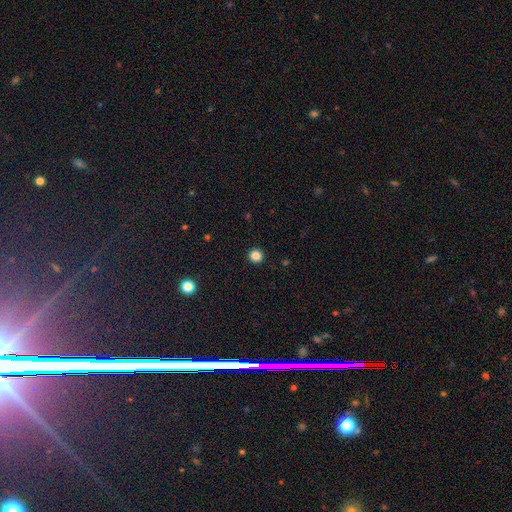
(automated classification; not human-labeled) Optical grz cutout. It shows a smooth galaxy with no disk features (85%) that is round (94%). Merging: none (93%).